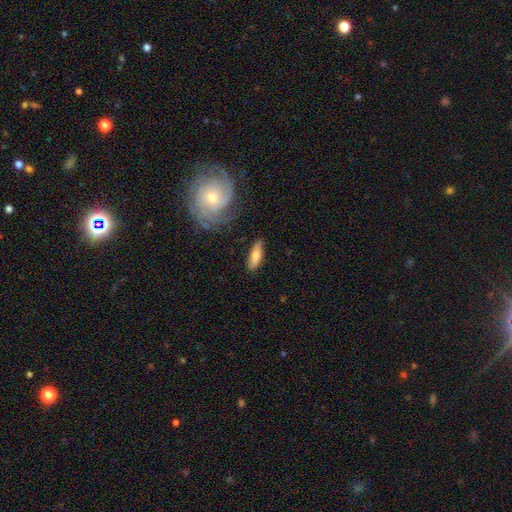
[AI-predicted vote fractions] smooth-or-featured: smooth: 72% | featured or disk: 22% | star or artifact: 6%
  how-rounded: cigar-shaped: 50% | in between: 48% | round: 2%
  merging: none: 81% | minor disturbance: 13% | major disturbance: 3% | merger: 3%